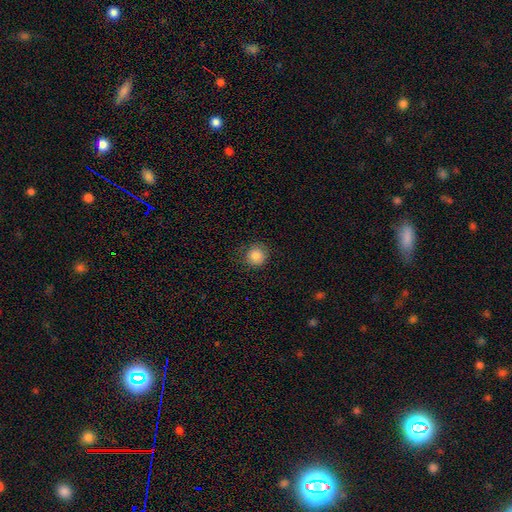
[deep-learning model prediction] This is clearly a smooth galaxy (86%). How rounded: clearly round (93%). Merging: clearly none (84%).